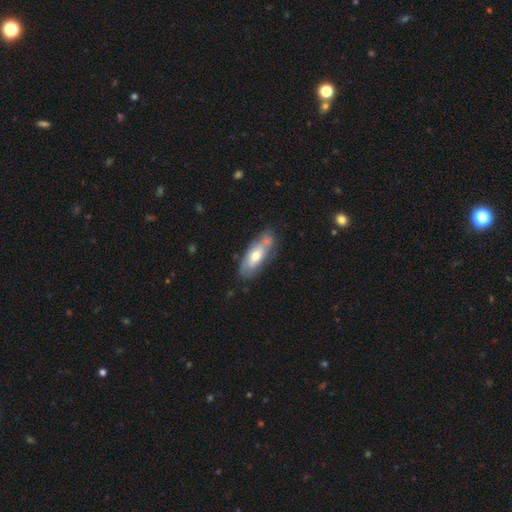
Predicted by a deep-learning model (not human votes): This appears to be a smooth galaxy with no disk features (50%). Merging: none (67%).